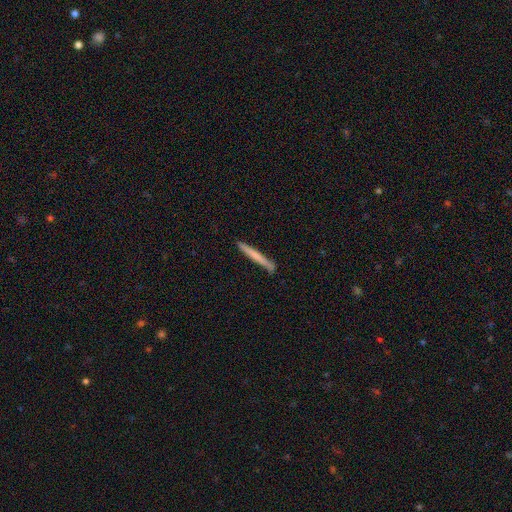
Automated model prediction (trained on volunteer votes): A smooth galaxy with no disk features (63%) that is cigar-shaped (97%). Merging: none (88%).